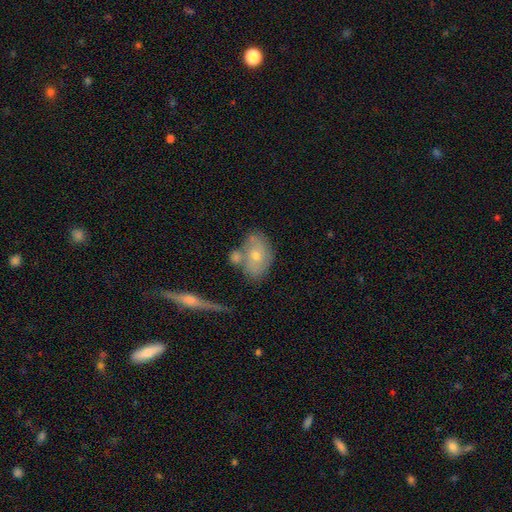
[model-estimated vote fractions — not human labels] Overall: featured or disk (48%; smooth 43%). Merging: none (55%; merger 22%).